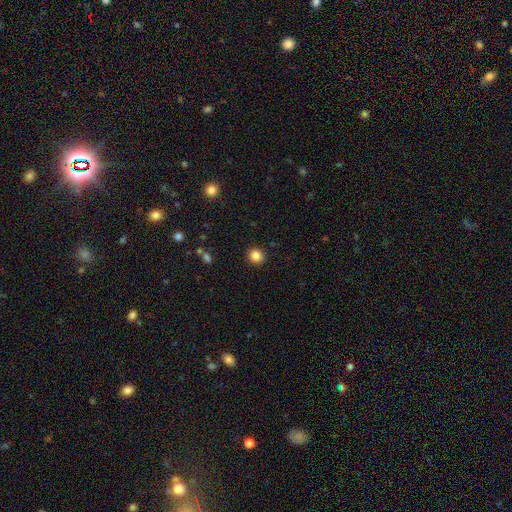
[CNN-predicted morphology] type=smooth (85%); roundness=round (87%); merging=none (92%).